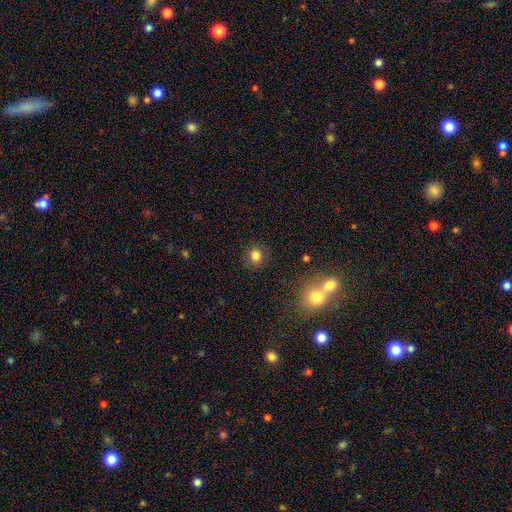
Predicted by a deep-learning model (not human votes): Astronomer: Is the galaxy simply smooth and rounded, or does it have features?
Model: smooth — 82%.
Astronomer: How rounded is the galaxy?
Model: round — 84%.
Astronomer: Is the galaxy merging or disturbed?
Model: none — 87%.